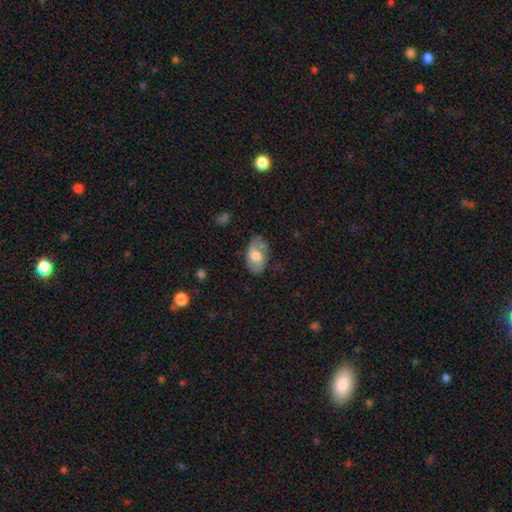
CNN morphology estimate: The model was most divided on "smooth or featured": smooth: 48%, featured or disk: 45%, star or artifact: 7%. More confident: merging — none (64%).